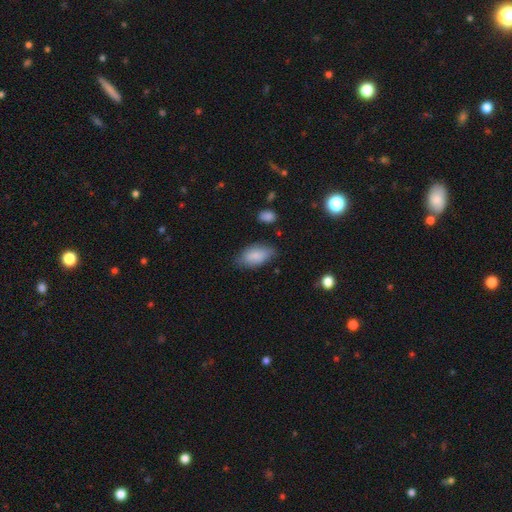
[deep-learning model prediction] Smooth or featured? smooth (82%)
How rounded? in between (92%)
Merging? none (69%)